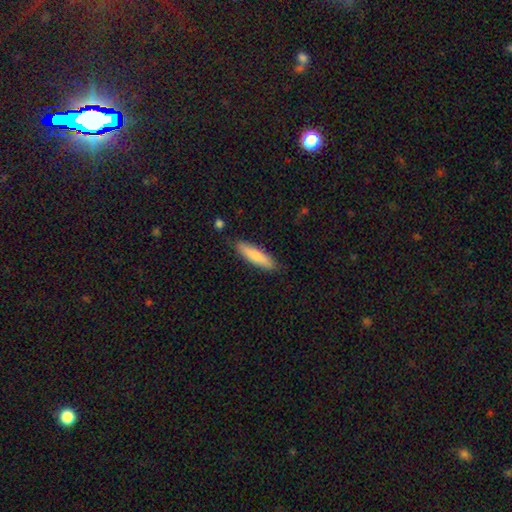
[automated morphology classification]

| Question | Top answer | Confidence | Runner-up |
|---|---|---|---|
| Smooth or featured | smooth | 78% | featured or disk (16%) |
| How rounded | cigar-shaped | 76% | in between (23%) |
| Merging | none | 86% | minor disturbance (10%) |